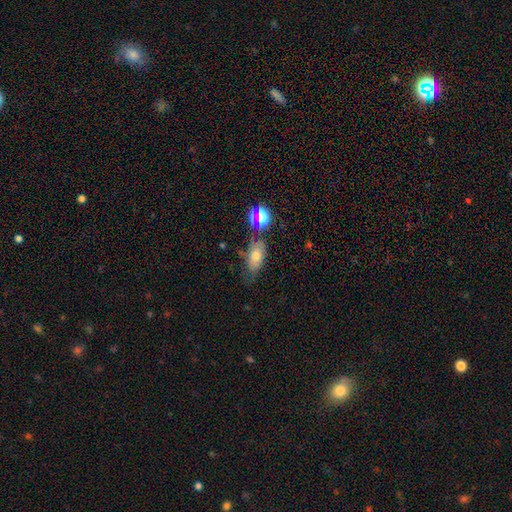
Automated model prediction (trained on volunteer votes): Smooth or featured? Predicted: smooth (p=0.63). How rounded? Predicted: in between (p=0.83). Merging? Predicted: none (p=0.57).